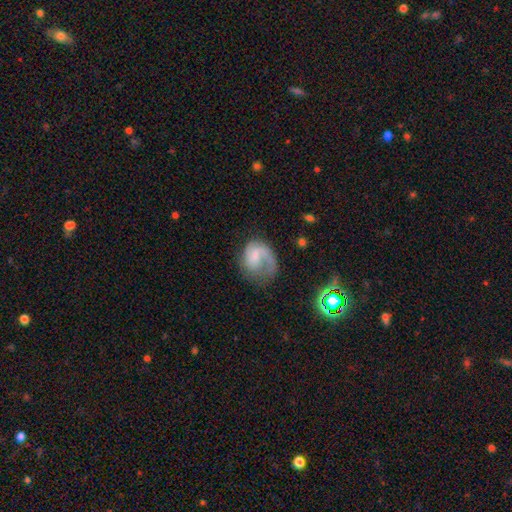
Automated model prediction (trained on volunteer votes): A featured or disk galaxy (63%) with no bar (51%), 1 (69%) medium (40%) spiral arms (87%) and a small central bulge (39%). Merging: none (39%).